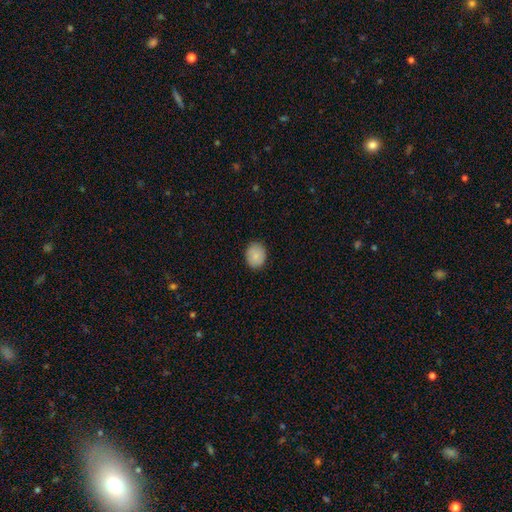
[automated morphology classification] Smooth or featured? Predicted: smooth (p=0.85). How rounded? Predicted: round (p=0.57). Merging? Predicted: none (p=0.88).